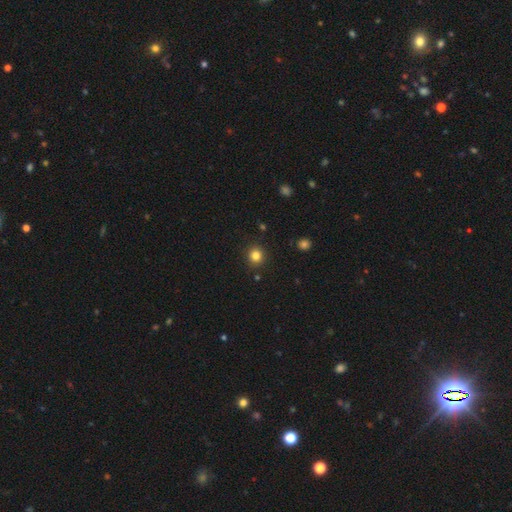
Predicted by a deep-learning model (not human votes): smooth-or-featured: smooth: 82% | star or artifact: 12% | featured or disk: 5%
  how-rounded: round: 90% | in between: 9% | cigar-shaped: 1%
  merging: none: 90% | minor disturbance: 6% | major disturbance: 2% | merger: 2%